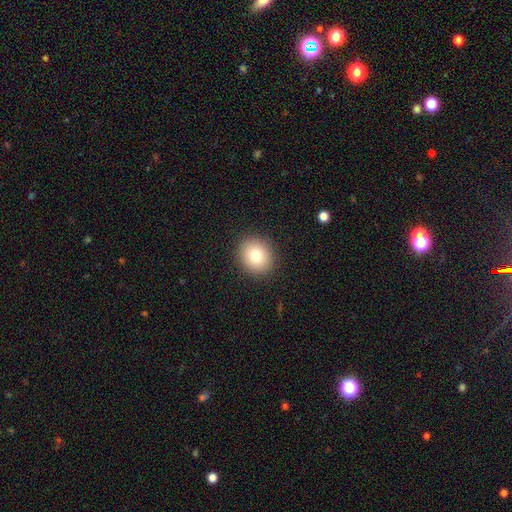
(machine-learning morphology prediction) The model was most divided on "smooth or featured": smooth: 78%, featured or disk: 11%, star or artifact: 11%. More confident: merging — none (91%); how rounded — round (83%).